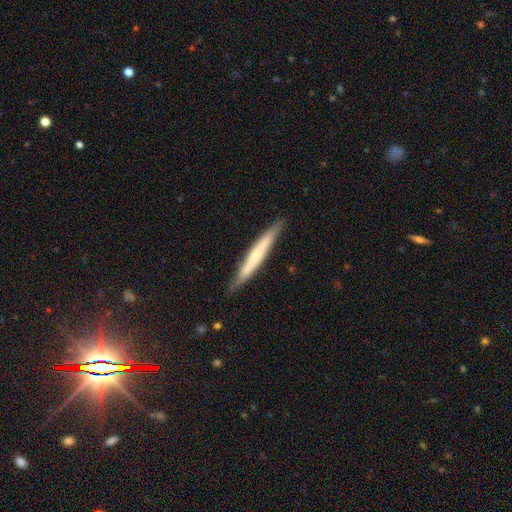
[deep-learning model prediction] smooth-or-featured: featured or disk: 51% | smooth: 43% | star or artifact: 6%
  disk-edge-on: yes: 92% | no: 8%
  merging: none: 87% | minor disturbance: 10% | major disturbance: 2% | merger: 1%